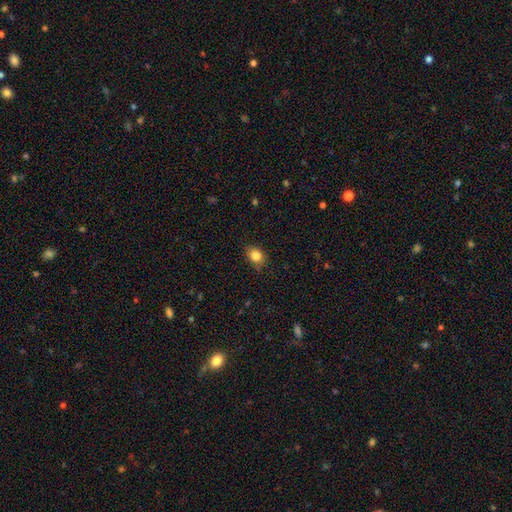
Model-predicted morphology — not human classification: Overall: smooth (83%). How rounded: round (51%; in between 48%). Merging: none (80%).